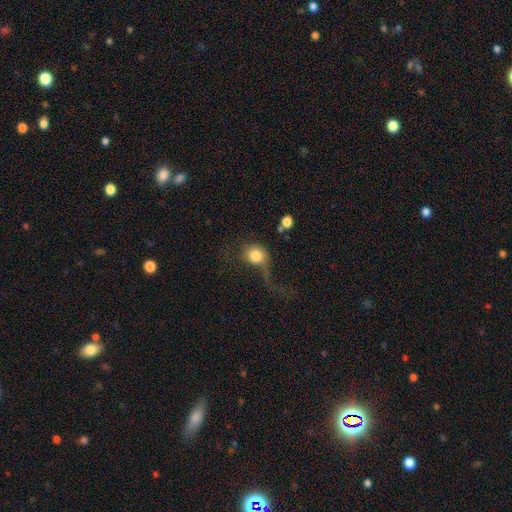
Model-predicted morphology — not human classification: Smooth or featured? smooth (76%)
How rounded? round (71%)
Merging? major disturbance (51%)